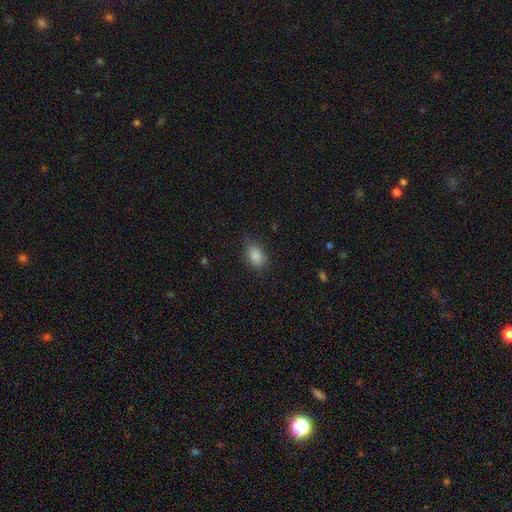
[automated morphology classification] A smooth galaxy with no disk features (87%) that is in between round and cigar-shaped (87%). Merging: none (80%).